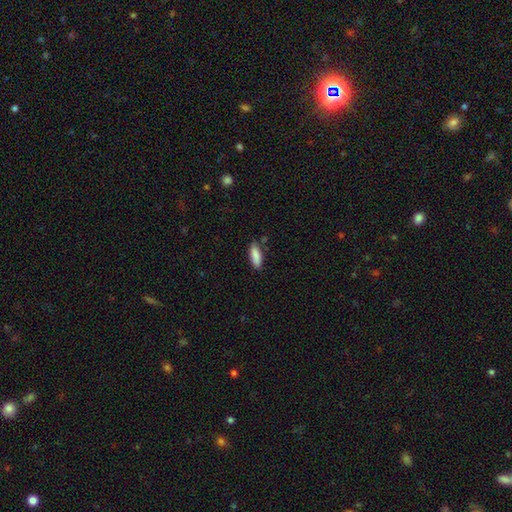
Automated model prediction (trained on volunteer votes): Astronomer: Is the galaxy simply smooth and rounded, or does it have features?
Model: smooth — 88%.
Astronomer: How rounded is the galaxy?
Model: in between — 66%.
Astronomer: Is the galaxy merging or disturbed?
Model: none — 79%.